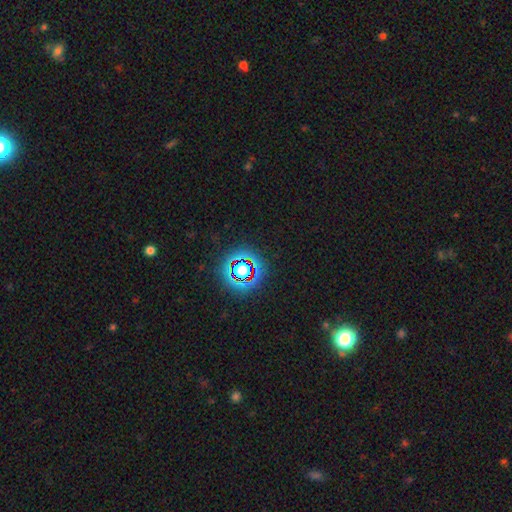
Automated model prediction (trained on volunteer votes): star or artifact 69%, smooth 22%, featured or disk 9%.